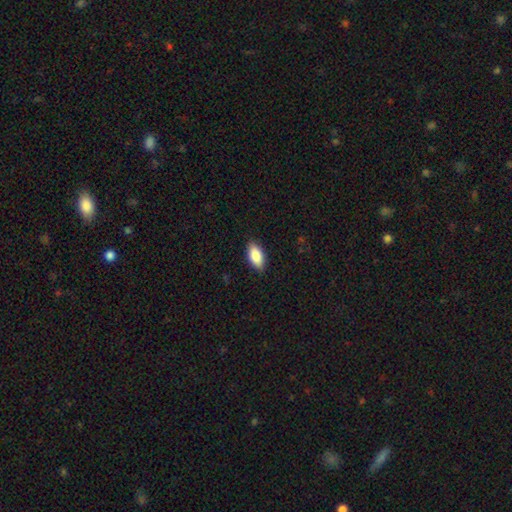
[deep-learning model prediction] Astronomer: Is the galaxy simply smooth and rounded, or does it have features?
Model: smooth — 87%.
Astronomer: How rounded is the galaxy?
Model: in between — 91%.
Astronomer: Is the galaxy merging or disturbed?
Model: none — 87%.